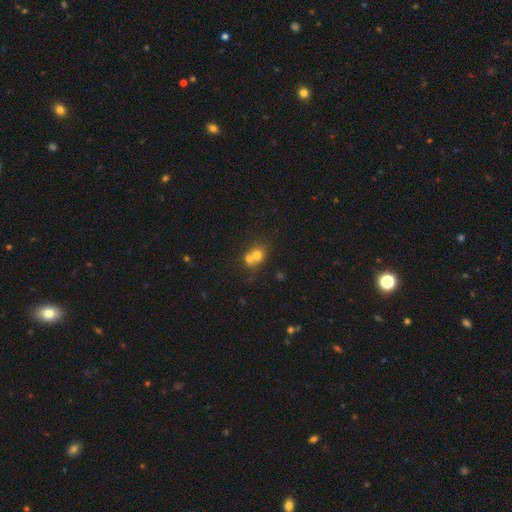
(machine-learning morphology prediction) smooth 69%, featured or disk 17%, star or artifact 15%. Down the decision tree: how rounded — round (74%); merging — merger (58%).